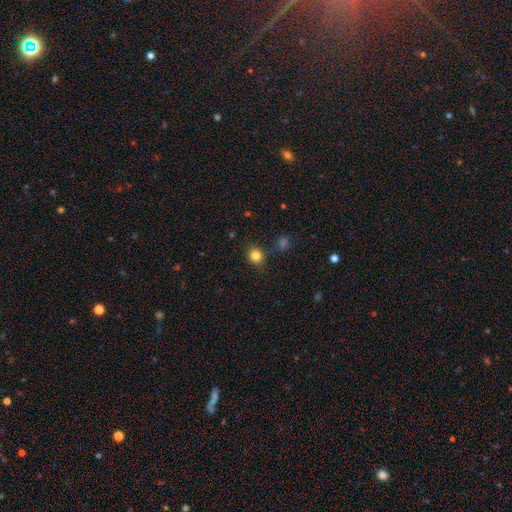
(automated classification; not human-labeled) A smooth galaxy with no disk features (83%) that is round (82%).

Vote fractions:
- Smooth or featured? smooth: 83% / star or artifact: 12% / featured or disk: 5%
- How rounded? round: 82% / in between: 17% / cigar-shaped: 1%
- Merging? none: 84% / minor disturbance: 10% / merger: 3% / major disturbance: 3%